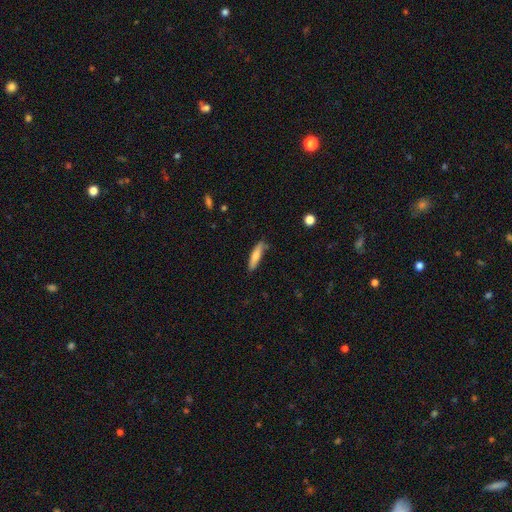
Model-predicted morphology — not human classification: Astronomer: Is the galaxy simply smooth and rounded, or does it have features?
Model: smooth — 74%.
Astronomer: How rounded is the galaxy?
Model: cigar-shaped — 79%.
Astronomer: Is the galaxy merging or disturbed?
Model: none — 79%.